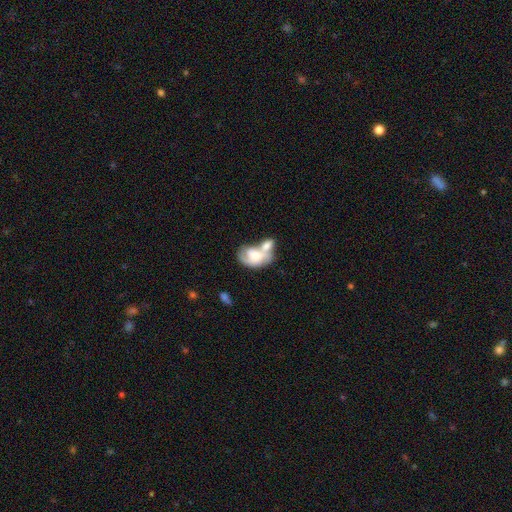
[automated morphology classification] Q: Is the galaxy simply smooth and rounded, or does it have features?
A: featured or disk — 53%.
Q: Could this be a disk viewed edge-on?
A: no — 96%.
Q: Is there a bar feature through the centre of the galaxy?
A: no — 66%.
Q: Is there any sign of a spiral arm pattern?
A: yes — 66%.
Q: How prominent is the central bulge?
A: moderate — 35%.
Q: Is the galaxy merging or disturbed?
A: merger — 65%.